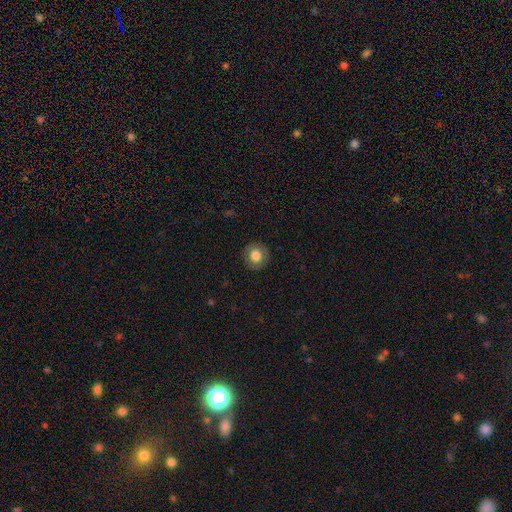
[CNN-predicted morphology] Smooth or featured: smooth — 75% (featured or disk — 17%)
How rounded: round — 89% (in between — 10%)
Merging: none — 88% (minor disturbance — 8%)